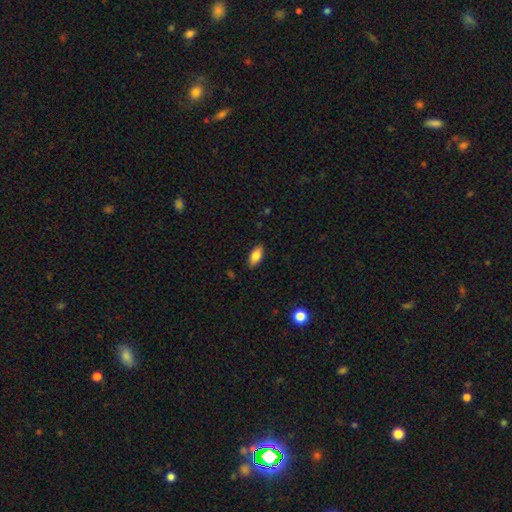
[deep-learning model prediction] A smooth galaxy with no disk features (82%) that is in between round and cigar-shaped (88%).

Vote fractions:
- Smooth or featured? smooth: 82% / featured or disk: 11% / star or artifact: 7%
- How rounded? in between: 88% / cigar-shaped: 9% / round: 3%
- Merging? none: 87% / minor disturbance: 10% / major disturbance: 2% / merger: 1%